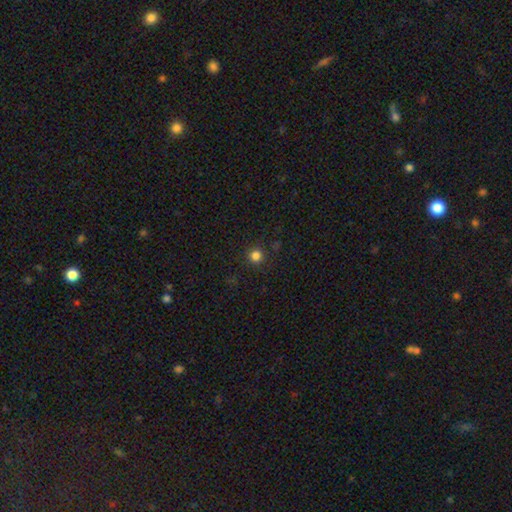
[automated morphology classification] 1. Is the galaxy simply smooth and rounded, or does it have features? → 81% smooth, 15% star or artifact, 4% featured or disk.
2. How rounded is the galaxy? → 95% round, 4% in between, 1% cigar-shaped.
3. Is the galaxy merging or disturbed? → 91% none, 6% minor disturbance, 2% major disturbance, 1% merger.